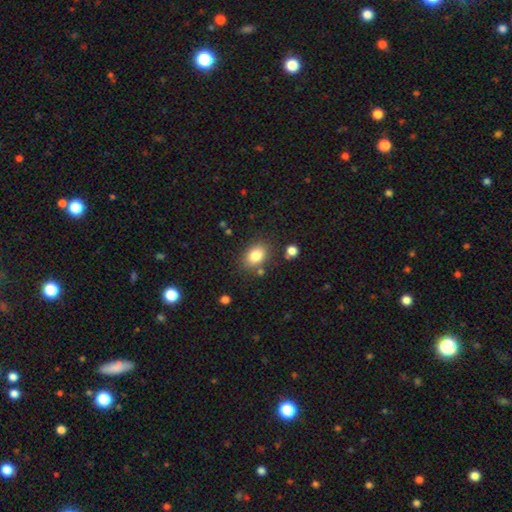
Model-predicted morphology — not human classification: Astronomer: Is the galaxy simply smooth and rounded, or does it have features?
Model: smooth — 83%.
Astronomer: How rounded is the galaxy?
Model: in between — 76%.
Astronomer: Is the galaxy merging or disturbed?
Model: none — 80%.